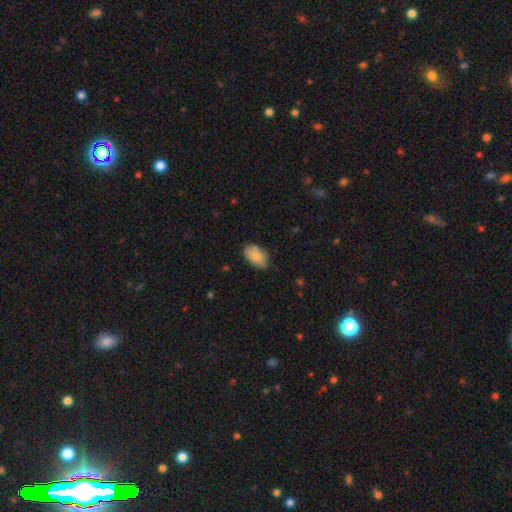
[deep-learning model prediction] Q: Smooth or featured?
A: smooth (83%); runner-up: featured or disk (10%)
Q: How rounded?
A: in between (91%); runner-up: round (7%)
Q: Merging?
A: none (76%); runner-up: minor disturbance (19%)